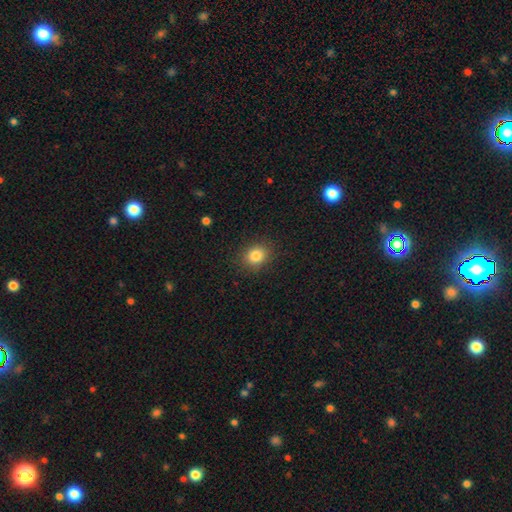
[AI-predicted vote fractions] Overall: smooth (84%). How rounded: round (67%; in between 33%). Merging: none (88%).